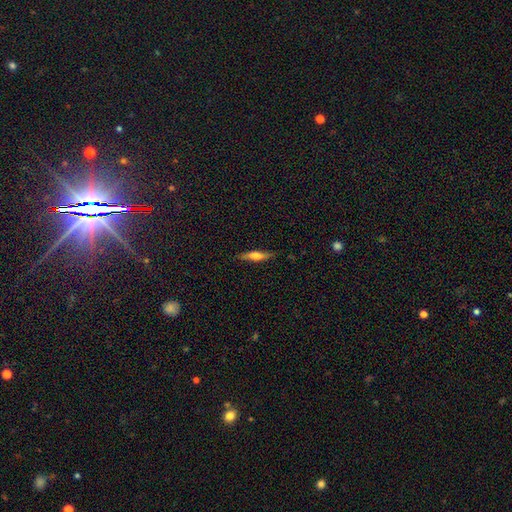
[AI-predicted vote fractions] Smooth or featured? featured or disk (47%)
Merging? none (85%)